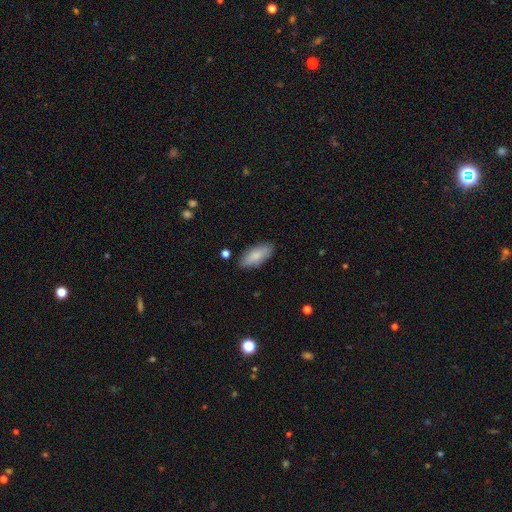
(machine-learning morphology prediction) smooth_or_featured: smooth (p=0.84) [alt: featured or disk p=0.10]
how_rounded: in between (p=0.85) [alt: cigar-shaped p=0.13]
merging: none (p=0.84) [alt: minor disturbance p=0.11]